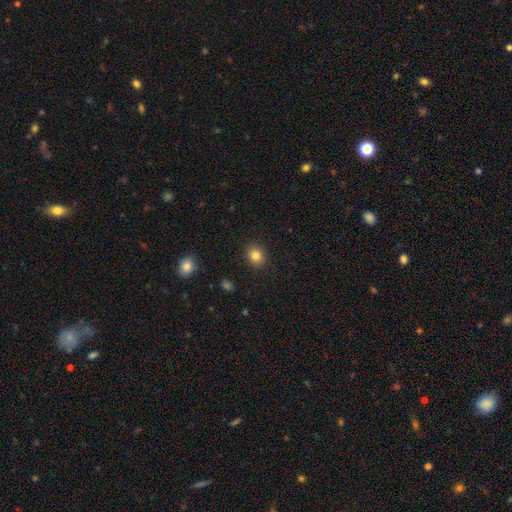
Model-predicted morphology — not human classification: Smooth or featured: smooth — 83% (star or artifact — 11%)
How rounded: round — 63% (in between — 37%)
Merging: none — 90% (minor disturbance — 7%)